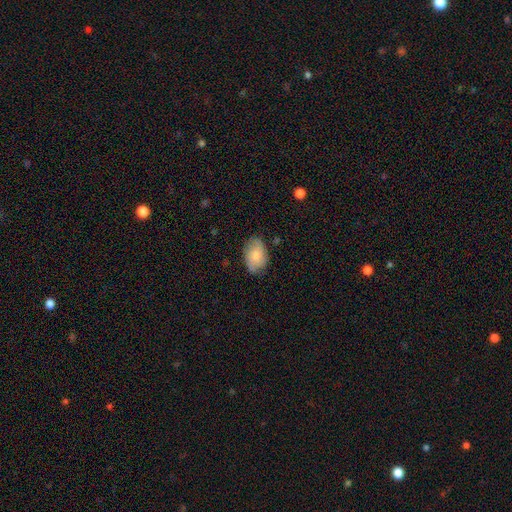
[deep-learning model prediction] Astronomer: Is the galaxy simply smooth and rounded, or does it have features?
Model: smooth — 74%.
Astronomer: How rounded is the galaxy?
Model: in between — 88%.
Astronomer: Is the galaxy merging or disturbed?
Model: none — 75%.